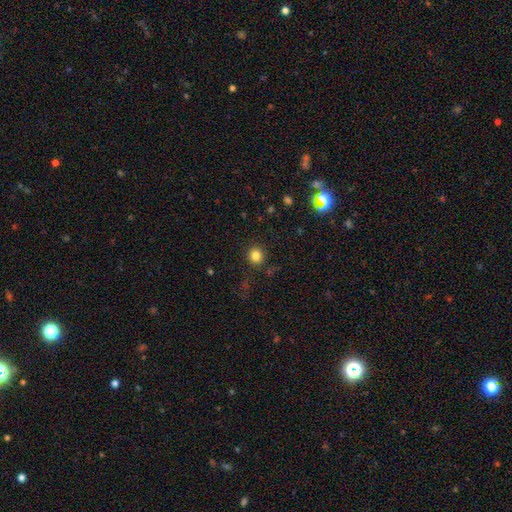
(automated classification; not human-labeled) Smooth or featured?
  - smooth: 82% *
  - star or artifact: 13%
  - featured or disk: 5%
How rounded?
  - round: 92% *
  - in between: 8%
  - cigar-shaped: 1%
Merging?
  - none: 88% *
  - minor disturbance: 7%
  - major disturbance: 3%
  - merger: 2%